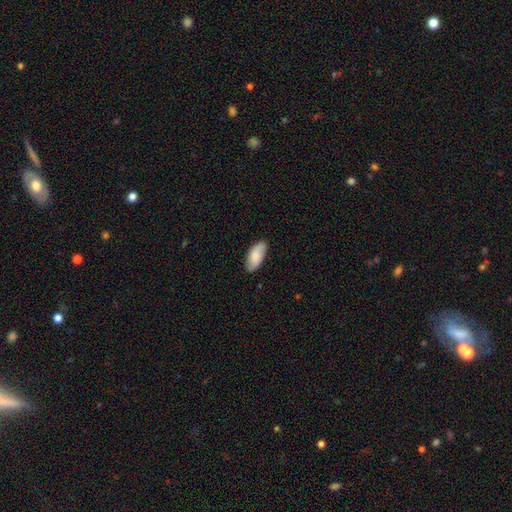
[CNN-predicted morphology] Smooth or featured?
  - smooth: 75% *
  - featured or disk: 19%
  - star or artifact: 6%
How rounded?
  - in between: 89% *
  - cigar-shaped: 9%
  - round: 2%
Merging?
  - none: 83% *
  - minor disturbance: 13%
  - major disturbance: 2%
  - merger: 1%